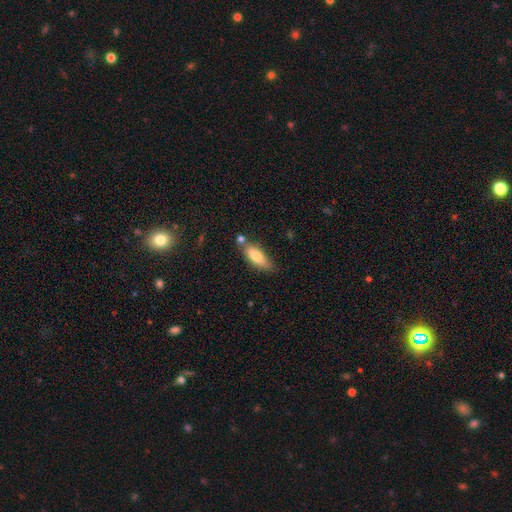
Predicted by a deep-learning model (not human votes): Smooth or featured? smooth (76%)
How rounded? in between (64%)
Merging? none (63%)